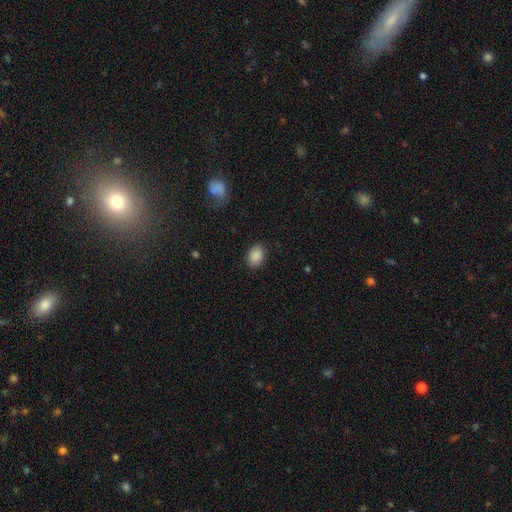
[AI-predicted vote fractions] smooth_or_featured: smooth (p=0.89) [alt: star or artifact p=0.08]
how_rounded: in between (p=0.78) [alt: round p=0.21]
merging: none (p=0.87) [alt: minor disturbance p=0.10]